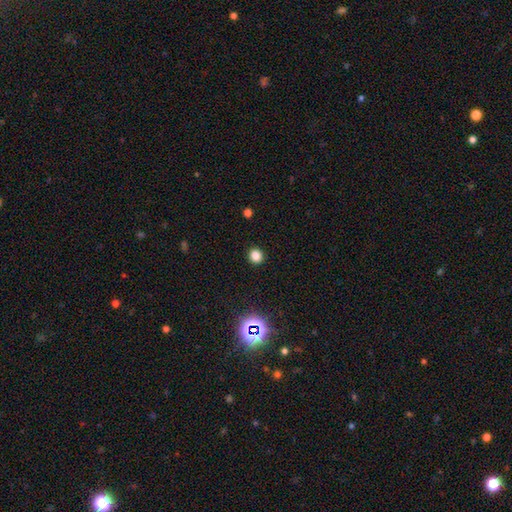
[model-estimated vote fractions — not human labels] This appears to be a smooth galaxy with no disk features (82%) that is round (78%). Merging: none (91%).